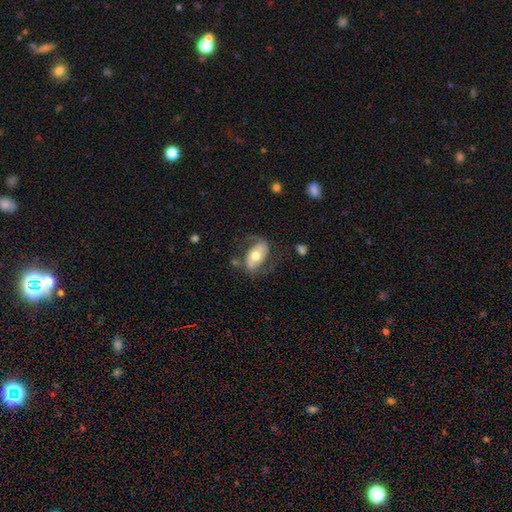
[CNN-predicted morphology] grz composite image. It shows a featured or disk galaxy (56%) with no bar (47%), spiral arms (73%) and a moderate central bulge (68%). Merging: none (60%).